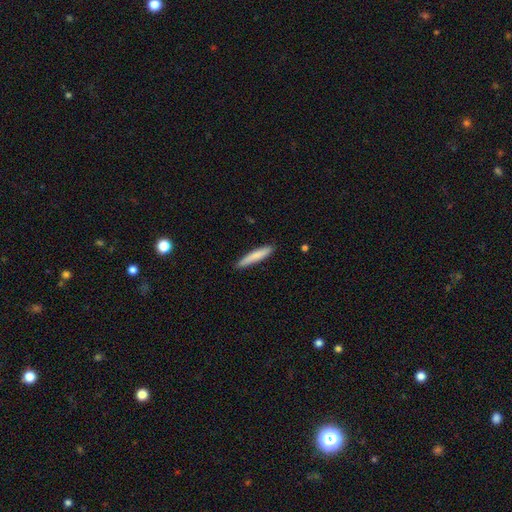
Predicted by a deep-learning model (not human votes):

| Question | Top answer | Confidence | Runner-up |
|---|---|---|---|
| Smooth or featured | smooth | 78% | featured or disk (17%) |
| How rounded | cigar-shaped | 92% | in between (7%) |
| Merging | none | 88% | minor disturbance (9%) |